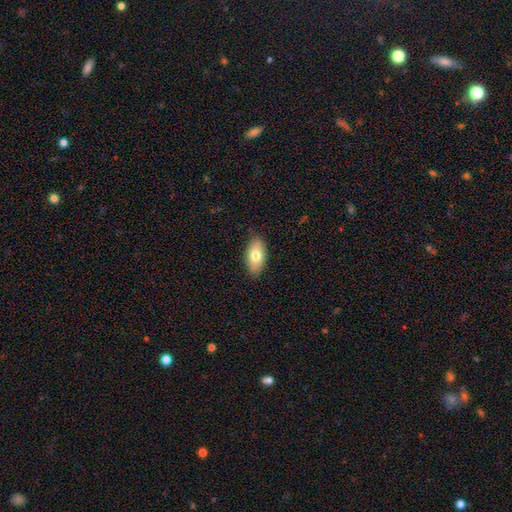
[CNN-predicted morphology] A smooth galaxy with no disk features (75%) that is in between round and cigar-shaped (92%). Merging: none (84%).